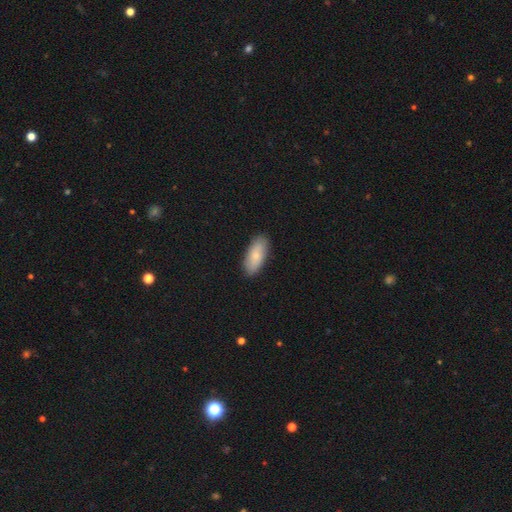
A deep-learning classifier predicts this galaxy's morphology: This appears to be a smooth galaxy with no disk features (77%) that is in between round and cigar-shaped (84%). Merging: none (87%).